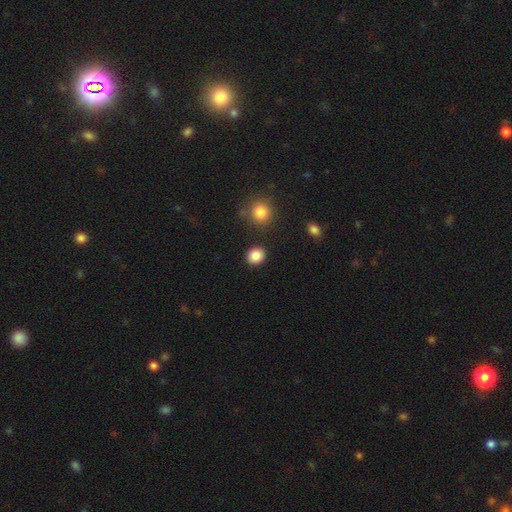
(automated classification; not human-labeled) A smooth galaxy with no disk features (87%) that is round (76%).

Vote fractions:
- Smooth or featured? smooth: 87% / star or artifact: 9% / featured or disk: 4%
- How rounded? round: 76% / in between: 23% / cigar-shaped: 1%
- Merging? none: 88% / minor disturbance: 7% / merger: 3% / major disturbance: 2%